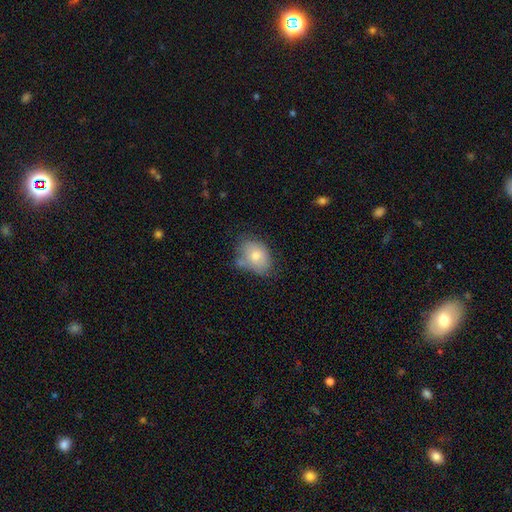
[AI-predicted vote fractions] The model was most divided on "merging": none: 57%, minor disturbance: 27%, merger: 8%, major disturbance: 7%. More confident: smooth or featured — smooth (73%); how rounded — in between (69%).